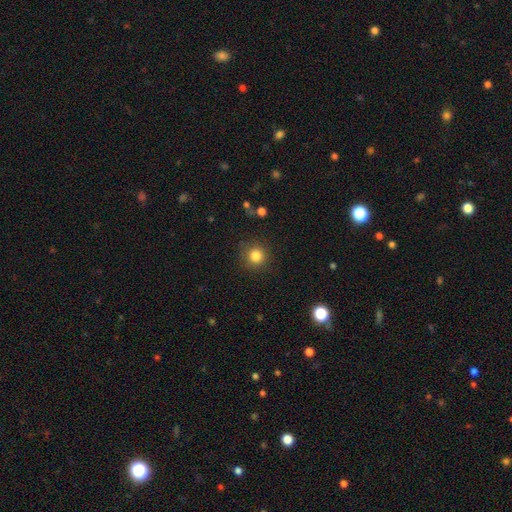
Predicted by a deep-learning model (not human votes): A smooth galaxy with no disk features (83%) that is round (94%). Merging: none (87%).